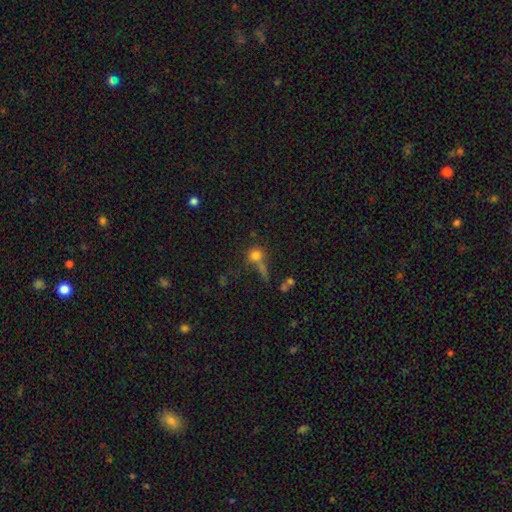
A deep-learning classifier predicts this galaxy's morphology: Smooth or featured? smooth (73%)
How rounded? round (79%)
Merging? none (43%)